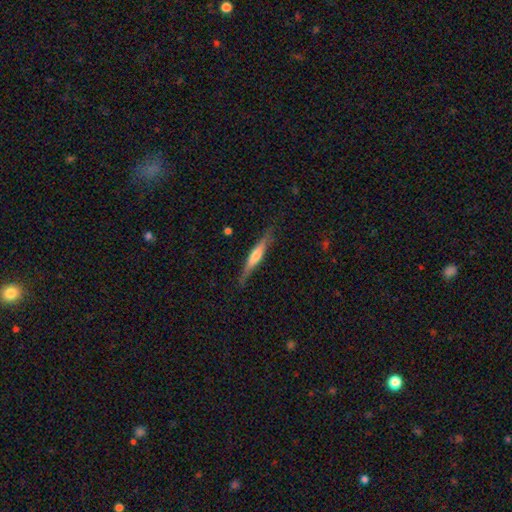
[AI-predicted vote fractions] The model was most divided on "smooth or featured": featured or disk: 54%, smooth: 41%, star or artifact: 6%. More confident: edge-on disk — yes (94%); merging — none (81%); edge-on bulge — rounded (66%).